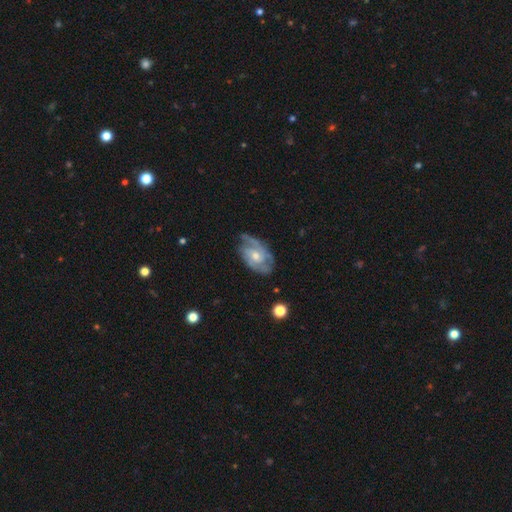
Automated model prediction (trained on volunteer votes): Morphology: type=featured or disk (80%); edge-on=no (95%); bar=no (64%); spiral arms=yes (91%); winding=tight (45%); arm count=2 (48%); bulge=moderate (53%); merging=none (65%).